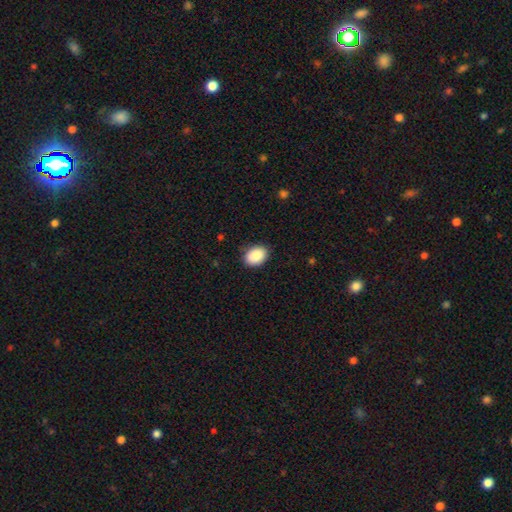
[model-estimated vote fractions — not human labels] This appears to be a smooth galaxy with no disk features (90%) that is in between round and cigar-shaped (81%). Merging: none (86%).